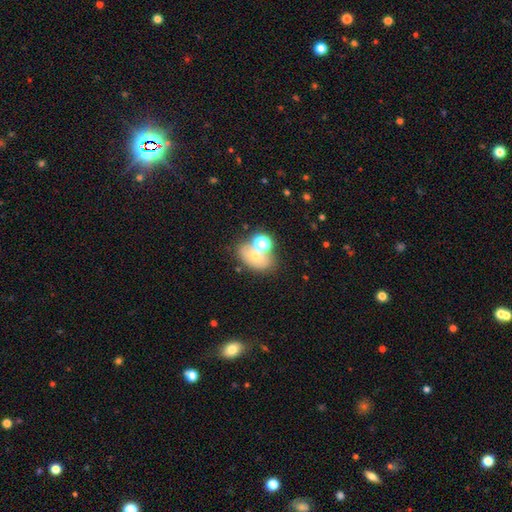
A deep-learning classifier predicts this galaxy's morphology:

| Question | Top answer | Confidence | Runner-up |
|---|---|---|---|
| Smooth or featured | smooth | 57% | featured or disk (24%) |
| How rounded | in between | 65% | round (34%) |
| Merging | none | 48% | merger (31%) |